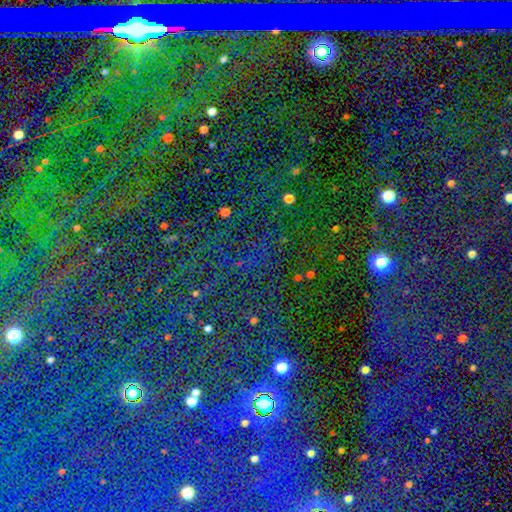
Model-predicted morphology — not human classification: Overall: star or artifact (81%).